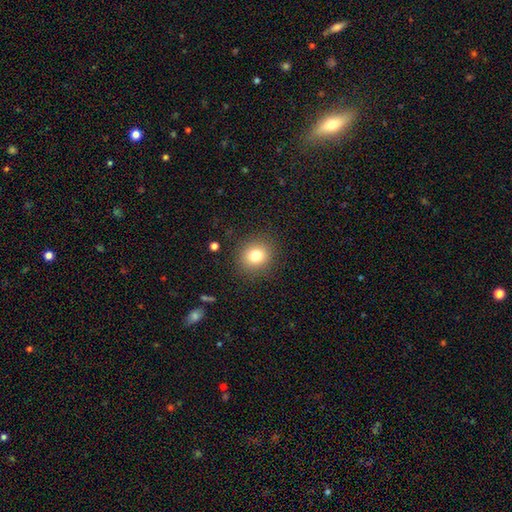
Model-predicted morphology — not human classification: smooth 79%, star or artifact 12%, featured or disk 9%. Down the decision tree: how rounded — round (79%); merging — none (88%).